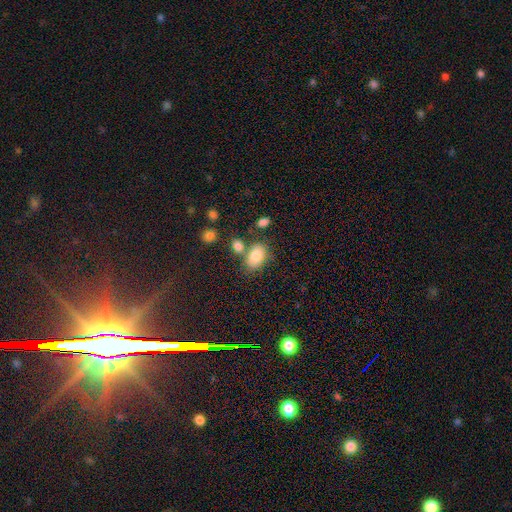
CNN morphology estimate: A smooth galaxy with no disk features (83%) that is in between round and cigar-shaped (88%). Merging: none (64%).